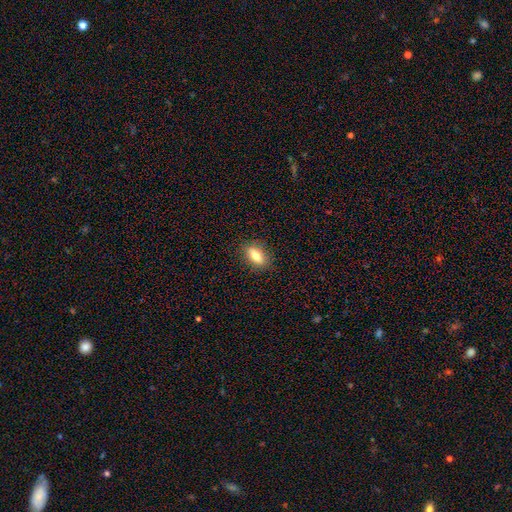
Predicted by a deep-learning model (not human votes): A smooth galaxy with no disk features (78%) that is in between round and cigar-shaped (80%).

Vote fractions:
- Smooth or featured? smooth: 78% / featured or disk: 15% / star or artifact: 8%
- How rounded? in between: 80% / cigar-shaped: 14% / round: 6%
- Merging? none: 86% / minor disturbance: 11% / major disturbance: 3% / merger: 1%